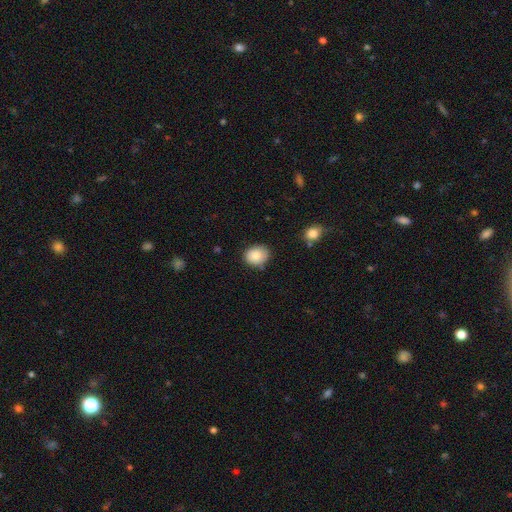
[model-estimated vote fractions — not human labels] This appears to be a smooth galaxy with no disk features (85%) that is round (62%). Merging: none (74%).